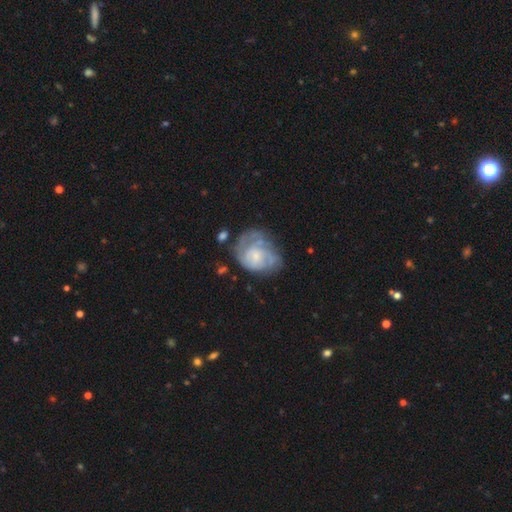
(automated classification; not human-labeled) Smooth or featured: featured or disk — 68% (smooth — 25%)
Edge-on disk: no — 98% (yes — 2%)
Bar: no — 69% (weak — 27%)
Spiral arms: yes — 79% (no — 21%)
Spiral winding: tight — 52% (medium — 34%)
Spiral arm count: can't tell — 47% (2 — 22%)
Bulge size: small — 50% (moderate — 27%)
Merging: none — 47% (minor disturbance — 26%)